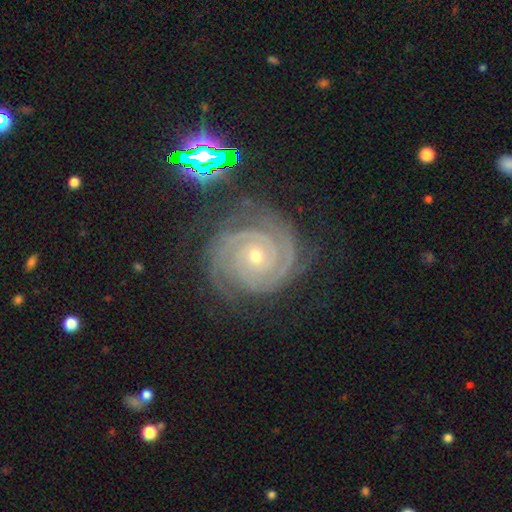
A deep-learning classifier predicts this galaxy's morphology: smooth_or_featured: featured or disk (p=0.90) [alt: star or artifact p=0.07]
disk_edge_on: no (p=0.98) [alt: yes p=0.02]
bar: no (p=0.79) [alt: weak p=0.14]
has_spiral_arms: yes (p=0.99) [alt: no p=0.01]
spiral_winding: tight (p=0.86) [alt: medium p=0.12]
spiral_arm_count: 2 (p=0.46) [alt: 3 p=0.24]
bulge_size: small (p=0.67) [alt: moderate p=0.31]
merging: none (p=0.79) [alt: minor disturbance p=0.14]